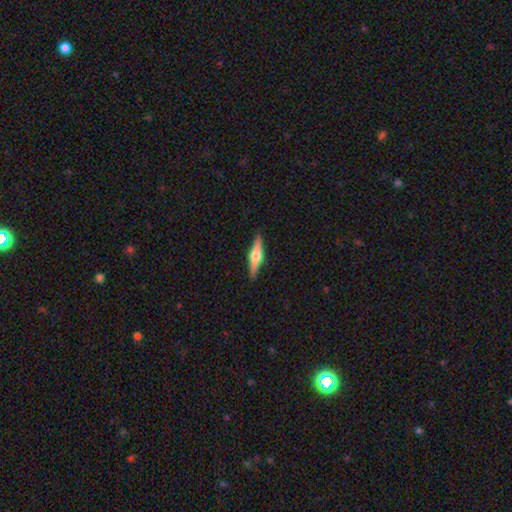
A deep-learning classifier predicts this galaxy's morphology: A featured or disk galaxy (70%) viewed edge-on (97%) with a rounded central bulge (93%).

Vote fractions:
- Smooth or featured? featured or disk: 70% / smooth: 24% / star or artifact: 6%
- Edge-on disk? yes: 97% / no: 3%
- Edge-on bulge? rounded: 93% / boxy: 5% / none: 2%
- Merging? none: 90% / minor disturbance: 7% / major disturbance: 2% / merger: 1%